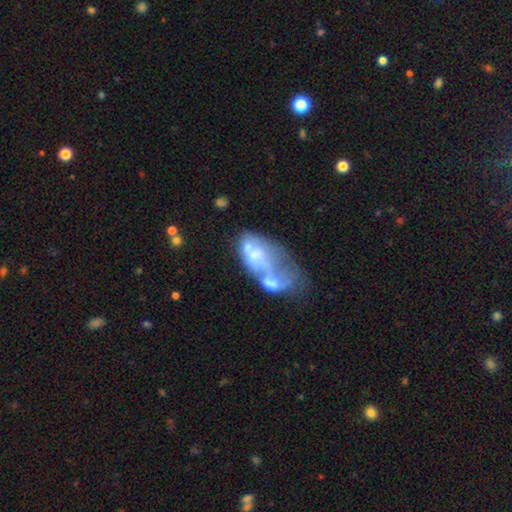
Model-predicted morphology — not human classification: smooth-or-featured: featured or disk: 52% | smooth: 38% | star or artifact: 11%
  disk-edge-on: no: 96% | yes: 4%
  merging: merger: 57% | major disturbance: 20% | none: 12% | minor disturbance: 11%